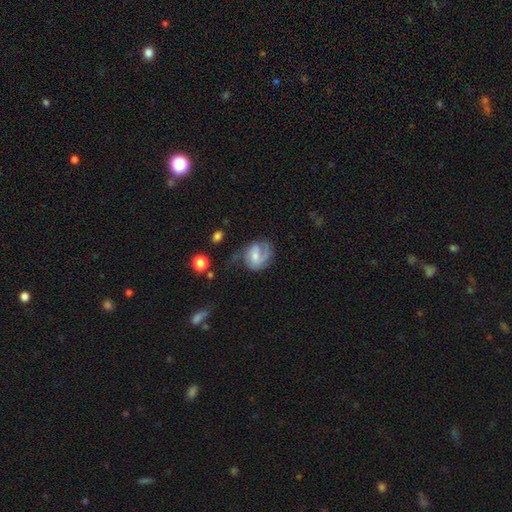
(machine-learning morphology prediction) featured or disk 57%, smooth 36%, star or artifact 7%. Down the decision tree: edge-on disk — no (97%); bar — weak (47%); spiral arms — yes (81%); bulge size — moderate (40%); merging — none (45%).